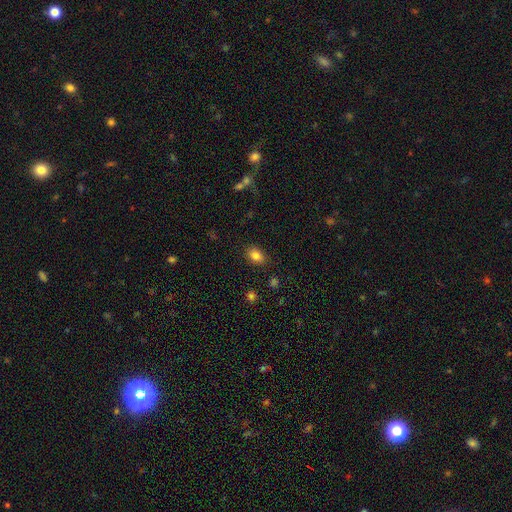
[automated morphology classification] A smooth galaxy with no disk features (84%) that is in between round and cigar-shaped (77%).

Vote fractions:
- Smooth or featured? smooth: 84% / star or artifact: 10% / featured or disk: 6%
- How rounded? in between: 77% / round: 22% / cigar-shaped: 1%
- Merging? none: 85% / minor disturbance: 11% / major disturbance: 3% / merger: 2%